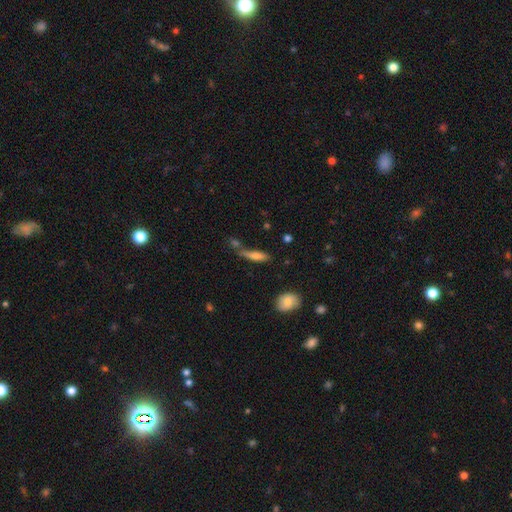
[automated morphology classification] Smooth or featured?
  - smooth: 69% *
  - featured or disk: 22%
  - star or artifact: 9%
How rounded?
  - cigar-shaped: 69% *
  - in between: 29%
  - round: 3%
Merging?
  - none: 52% *
  - merger: 21%
  - minor disturbance: 20%
  - major disturbance: 8%